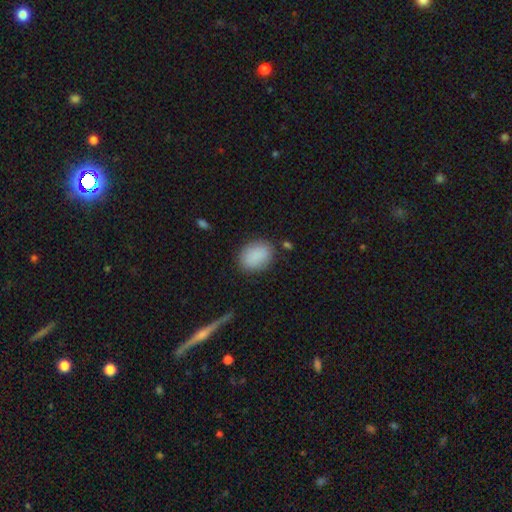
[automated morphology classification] A smooth galaxy with no disk features (88%) that is in between round and cigar-shaped (68%). Merging: none (83%).